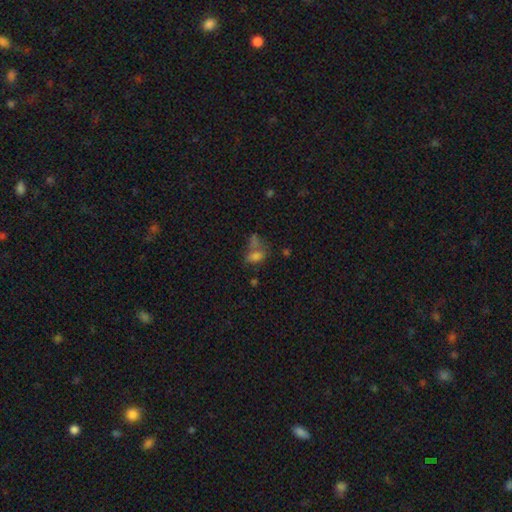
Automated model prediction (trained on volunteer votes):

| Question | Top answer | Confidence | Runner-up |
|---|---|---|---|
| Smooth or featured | smooth | 41% | star or artifact (36%) |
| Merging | none | 42% | merger (32%) |